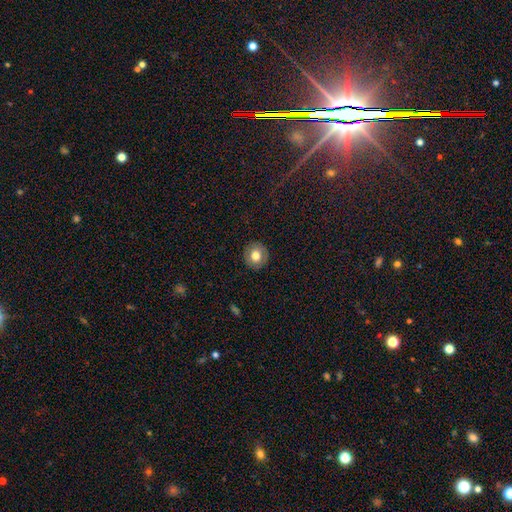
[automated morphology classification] This is likely a smooth galaxy (73%). How rounded: clearly round (92%). Merging: clearly none (91%).